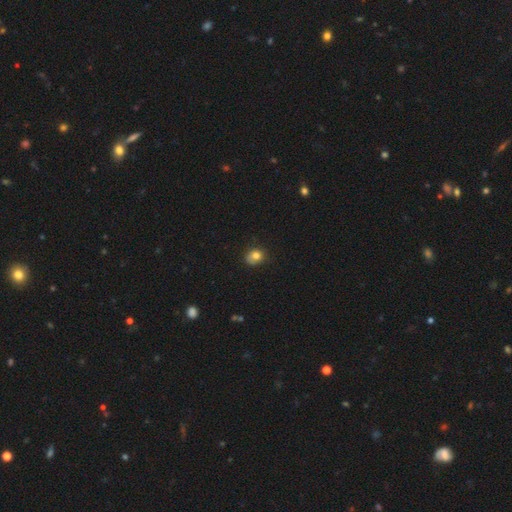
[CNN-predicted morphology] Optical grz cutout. It shows a smooth galaxy with no disk features (80%) that is round (61%). Merging: none (66%).